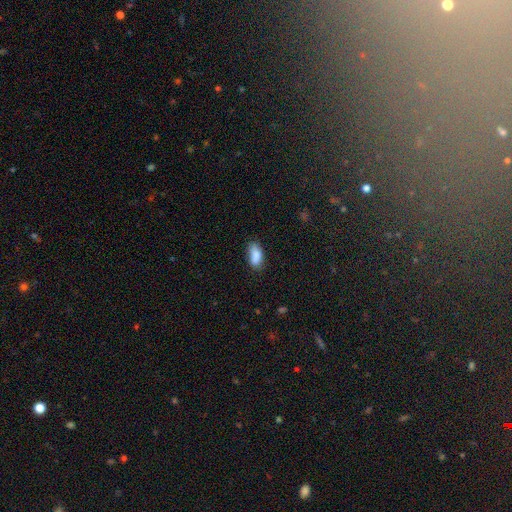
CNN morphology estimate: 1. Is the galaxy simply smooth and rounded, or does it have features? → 86% smooth, 7% star or artifact, 6% featured or disk.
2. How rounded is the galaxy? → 88% in between, 9% cigar-shaped, 3% round.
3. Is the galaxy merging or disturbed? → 71% none, 22% minor disturbance, 5% major disturbance, 2% merger.